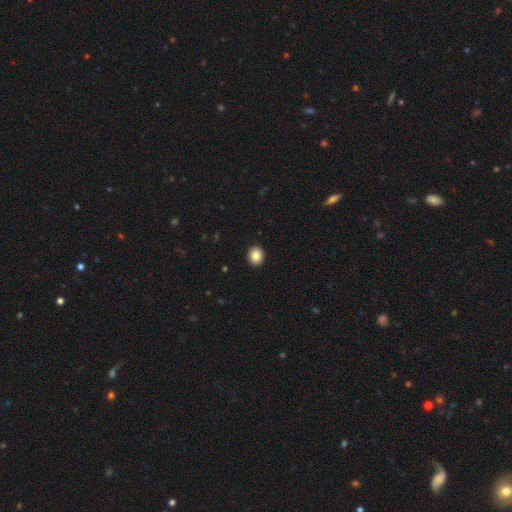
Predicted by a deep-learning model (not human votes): smooth 85%, star or artifact 9%, featured or disk 6%. Down the decision tree: how rounded — round (63%); merging — none (92%).